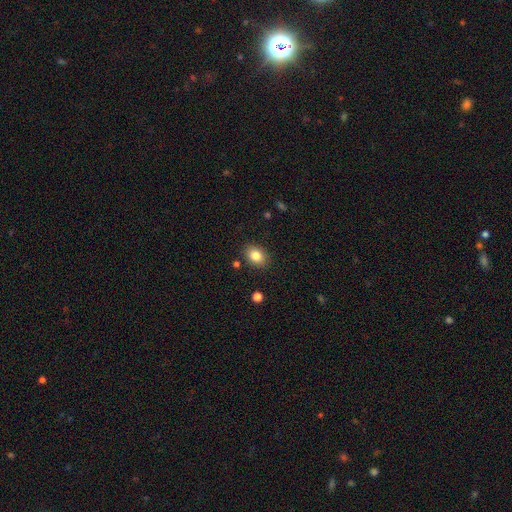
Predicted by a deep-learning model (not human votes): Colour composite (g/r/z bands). It shows a smooth galaxy with no disk features (84%) that is in between round and cigar-shaped (71%). Merging: none (86%).